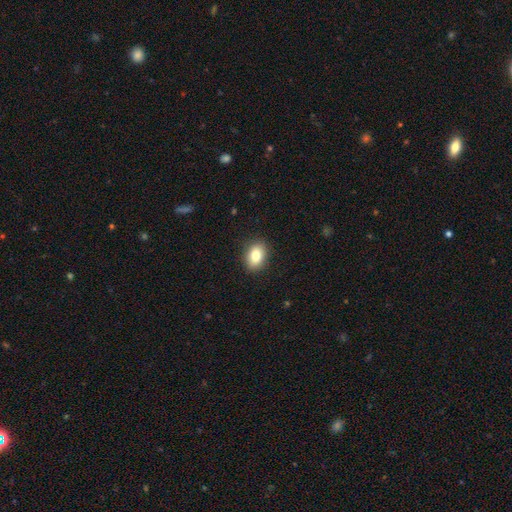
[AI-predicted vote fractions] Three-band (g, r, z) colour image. It shows a smooth galaxy with no disk features (83%) that is in between round and cigar-shaped (74%). Merging: none (89%).